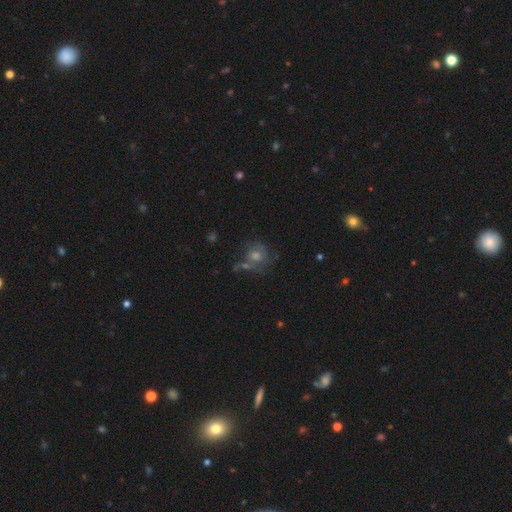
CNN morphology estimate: type=featured or disk (47%); merging=none (55%).